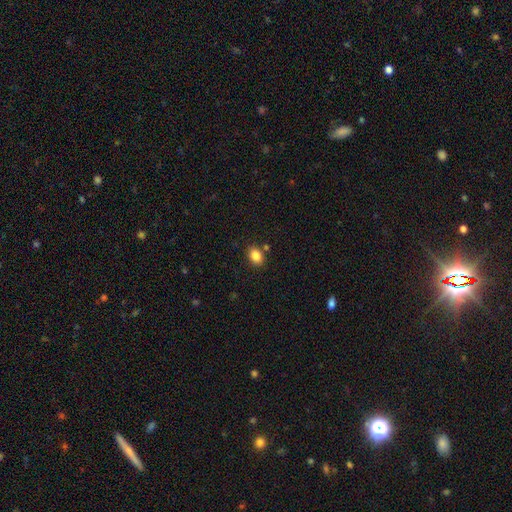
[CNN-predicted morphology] A smooth galaxy with no disk features (85%) that is in between round and cigar-shaped (71%). Merging: none (84%).